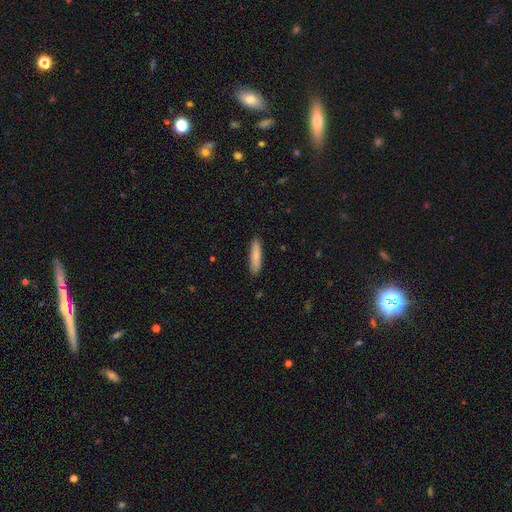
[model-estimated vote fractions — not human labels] A smooth galaxy with no disk features (80%) that is cigar-shaped (81%).

Vote fractions:
- Smooth or featured? smooth: 80% / featured or disk: 15% / star or artifact: 6%
- How rounded? cigar-shaped: 81% / in between: 18% / round: 1%
- Merging? none: 88% / minor disturbance: 9% / major disturbance: 2% / merger: 1%